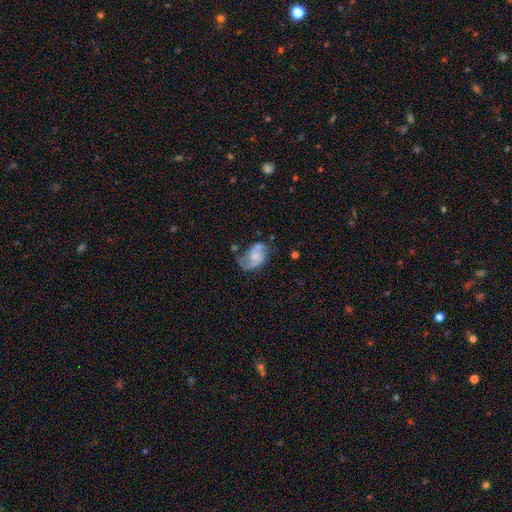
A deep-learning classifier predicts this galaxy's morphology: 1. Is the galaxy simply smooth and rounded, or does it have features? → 73% featured or disk, 20% smooth, 7% star or artifact.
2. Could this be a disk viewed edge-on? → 97% no, 3% yes.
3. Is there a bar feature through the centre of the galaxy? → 66% no, 29% weak, 5% strong.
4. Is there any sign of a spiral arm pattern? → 90% yes, 10% no.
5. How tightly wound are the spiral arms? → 45% medium, 37% loose, 18% tight.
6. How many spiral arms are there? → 83% 2, 8% can't tell, 6% 1, 2% 3, 1% 4, 1% more than 4.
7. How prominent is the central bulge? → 52% small, 33% moderate, 11% none, 3% large, 1% dominant.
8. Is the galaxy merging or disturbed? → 49% none, 27% minor disturbance, 16% major disturbance, 7% merger.